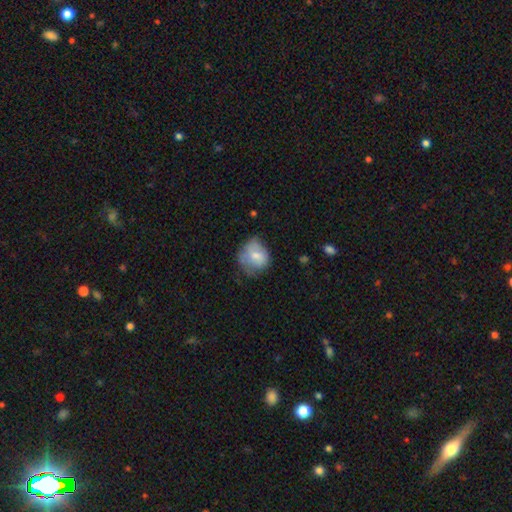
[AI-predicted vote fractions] Morphology: type=smooth (68%); roundness=round (65%); merging=none (46%).